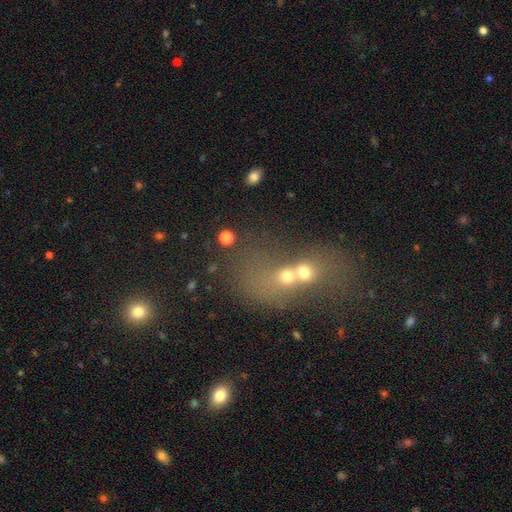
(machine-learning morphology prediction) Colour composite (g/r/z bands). It shows a smooth galaxy with no disk features (46%). Merging: merger (71%).